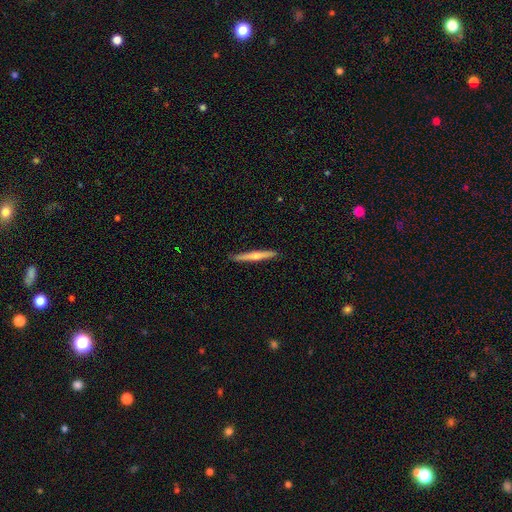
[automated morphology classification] Smooth or featured: smooth — 47% (tied with featured or disk — 47%)
Merging: none — 90% (minor disturbance — 8%)